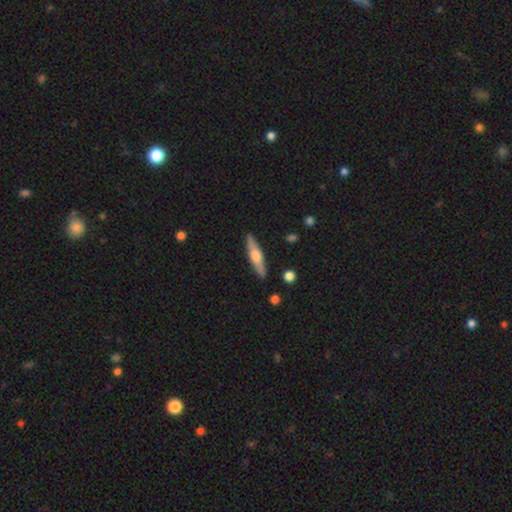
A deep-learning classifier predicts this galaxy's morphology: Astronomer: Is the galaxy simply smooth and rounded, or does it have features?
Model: featured or disk — 53% (runner-up: smooth, 42%).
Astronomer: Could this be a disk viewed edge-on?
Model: yes — 92%.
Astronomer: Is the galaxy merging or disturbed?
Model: none — 89%.